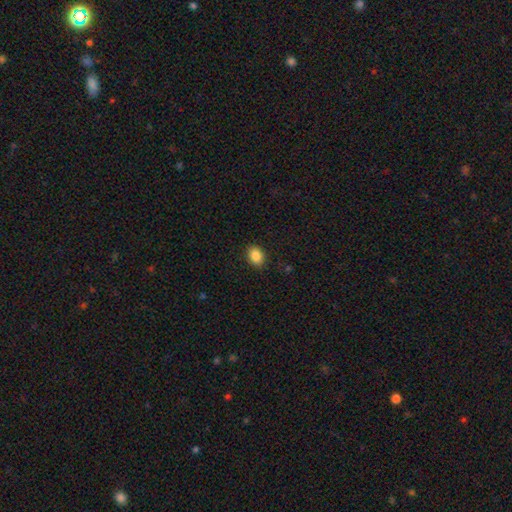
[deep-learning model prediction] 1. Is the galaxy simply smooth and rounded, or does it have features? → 87% smooth, 9% star or artifact, 4% featured or disk.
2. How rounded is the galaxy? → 63% in between, 36% round, 1% cigar-shaped.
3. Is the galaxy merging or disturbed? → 89% none, 8% minor disturbance, 2% major disturbance, 1% merger.